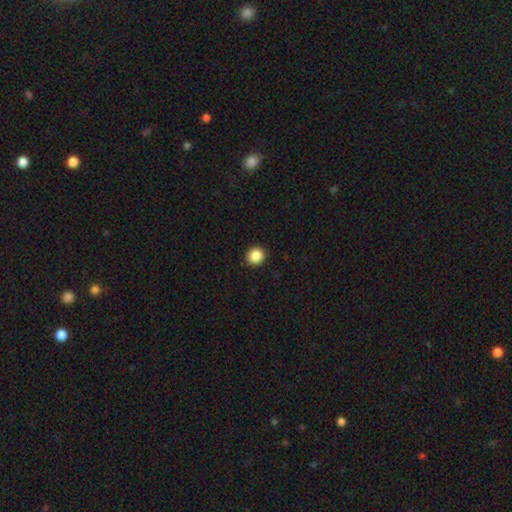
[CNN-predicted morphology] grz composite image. It shows a smooth galaxy with no disk features (87%) that is round (91%). Merging: none (93%).